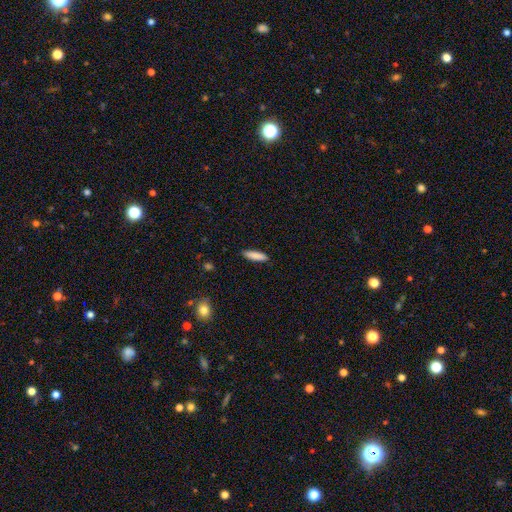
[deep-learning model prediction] Smooth or featured? smooth (86%)
How rounded? cigar-shaped (72%)
Merging? none (88%)